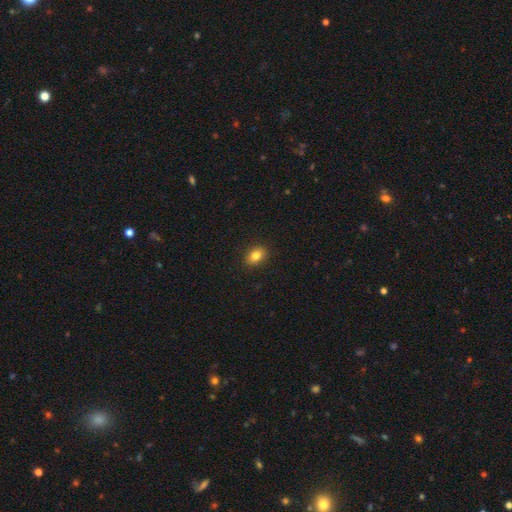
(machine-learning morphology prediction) The model was most divided on "how rounded": in between: 80%, round: 18%, cigar-shaped: 2%. More confident: merging — none (89%); smooth or featured — smooth (84%).